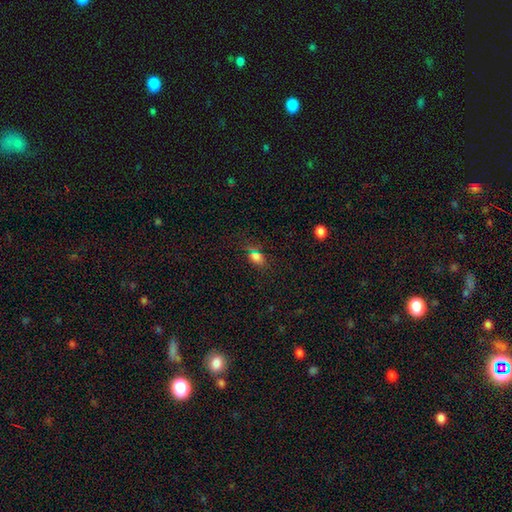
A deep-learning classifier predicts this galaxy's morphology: Q: Smooth or featured?
A: smooth (67%); runner-up: star or artifact (25%)
Q: How rounded?
A: in between (77%); runner-up: round (18%)
Q: Merging?
A: none (81%); runner-up: minor disturbance (12%)